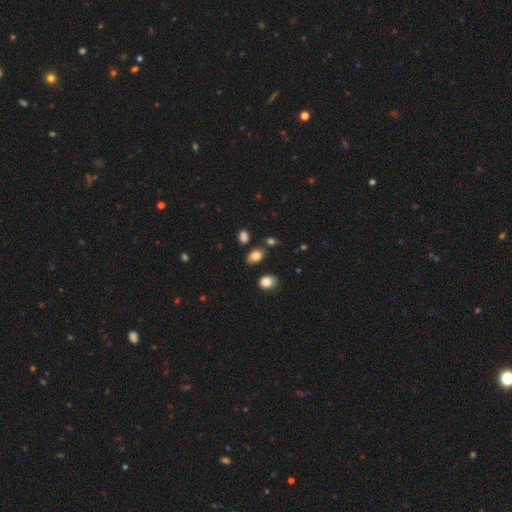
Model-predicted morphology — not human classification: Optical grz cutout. It shows a smooth galaxy with no disk features (84%) that is in between round and cigar-shaped (81%). Merging: none (78%).